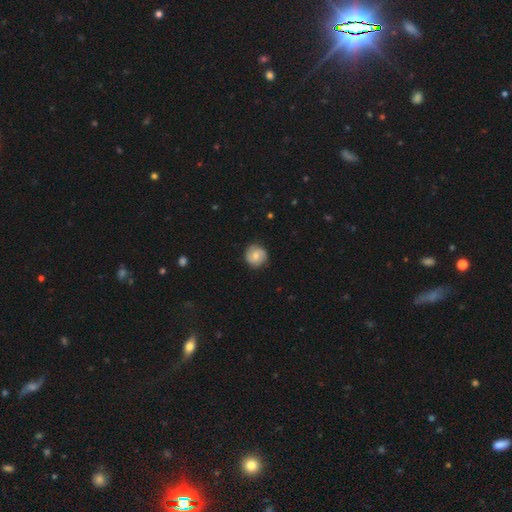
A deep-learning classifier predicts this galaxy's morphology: type=smooth (49%); merging=none (86%).